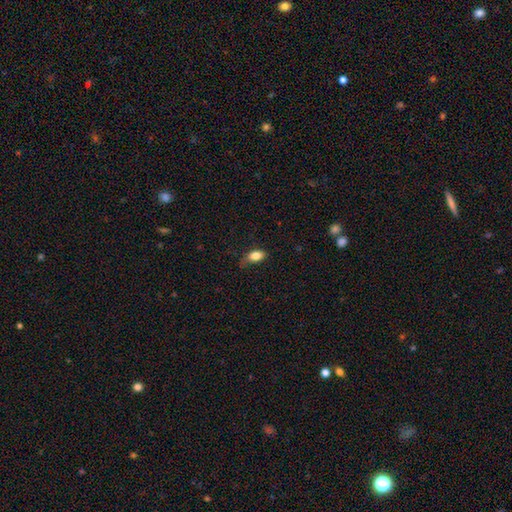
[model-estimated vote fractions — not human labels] Smooth or featured? smooth (84%)
How rounded? in between (87%)
Merging? none (58%)